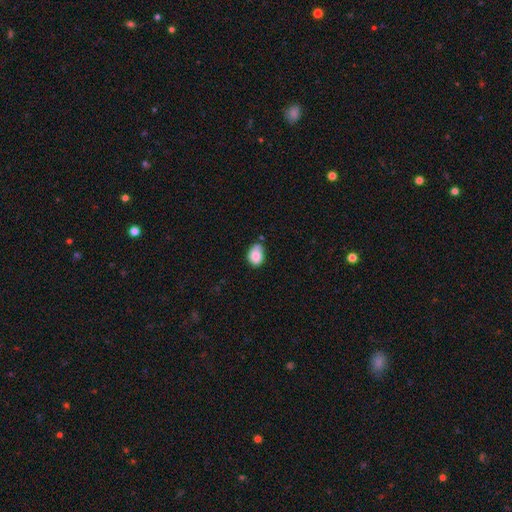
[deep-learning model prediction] A smooth galaxy with no disk features (85%) that is in between round and cigar-shaped (71%).

Vote fractions:
- Smooth or featured? smooth: 85% / star or artifact: 8% / featured or disk: 7%
- How rounded? in between: 71% / round: 28% / cigar-shaped: 1%
- Merging? none: 51% / minor disturbance: 36% / major disturbance: 7% / merger: 6%